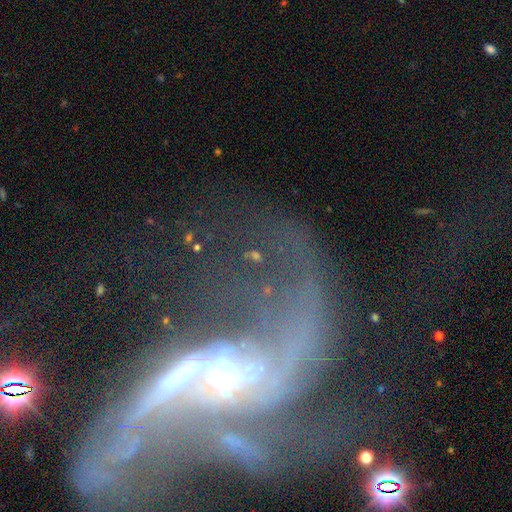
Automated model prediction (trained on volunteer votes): A featured or disk galaxy (71%) with no bar (49%), spiral arms (71%) and a small central bulge (44%).

Vote fractions:
- Smooth or featured? featured or disk: 71% / star or artifact: 17% / smooth: 12%
- Edge-on disk? no: 93% / yes: 7%
- Bar? no: 49% / weak: 29% / strong: 21%
- Spiral arms? yes: 71% / no: 29%
- Bulge size? small: 44% / moderate: 37% / none: 10% / large: 6% / dominant: 3%
- Merging? major disturbance: 40% / none: 25% / merger: 24% / minor disturbance: 11%